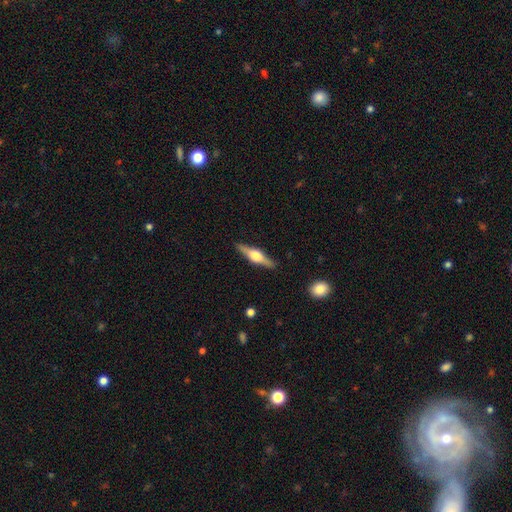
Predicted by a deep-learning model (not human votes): smooth_or_featured: featured or disk (p=0.73) [alt: smooth p=0.22]
disk_edge_on: yes (p=0.97) [alt: no p=0.03]
edge_on_bulge: rounded (p=0.92) [alt: boxy p=0.06]
merging: none (p=0.90) [alt: minor disturbance p=0.08]